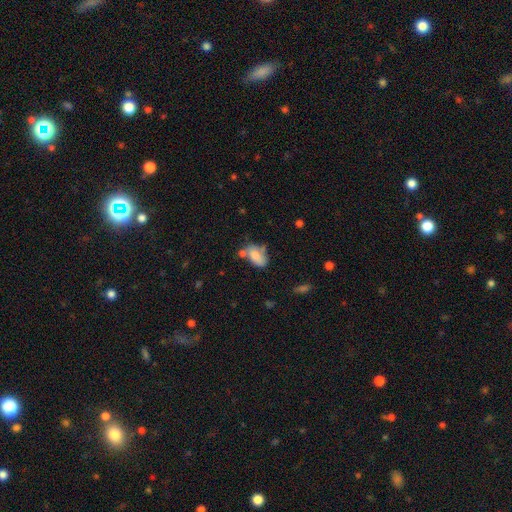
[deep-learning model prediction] Q: Smooth or featured?
A: smooth (73%); runner-up: featured or disk (18%)
Q: How rounded?
A: in between (89%); runner-up: round (8%)
Q: Merging?
A: none (36%); runner-up: minor disturbance (26%)